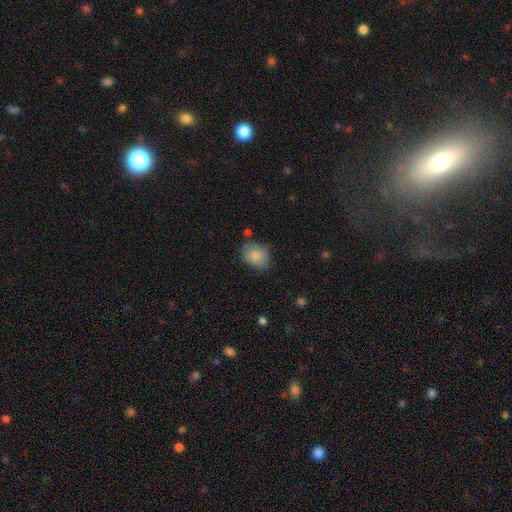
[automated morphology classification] Overall: smooth (84%). How rounded: in between (52%; round 47%). Merging: none (66%).